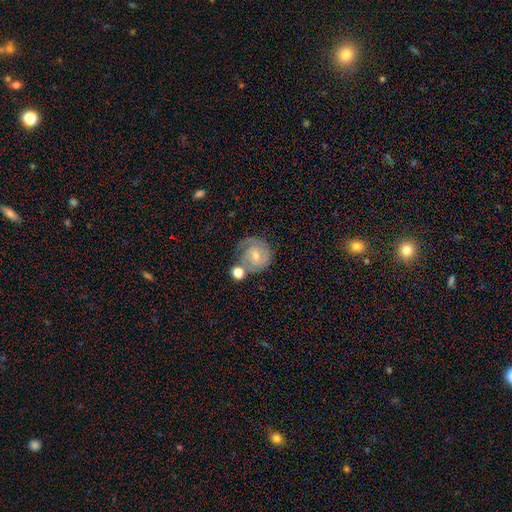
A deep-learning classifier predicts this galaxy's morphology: Overall: featured or disk (54%; smooth 38%). Edge-on disk: no (97%). Bar: no (52%; weak 41%). Spiral arms: yes (82%). Bulge size: small (53%; moderate 40%). Merging: none (46%; merger 21%).